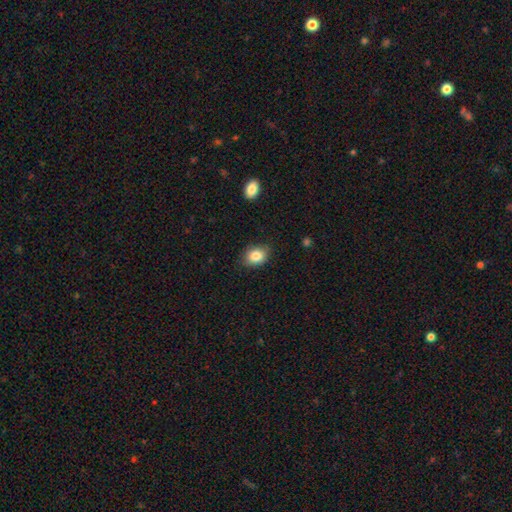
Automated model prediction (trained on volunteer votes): The model was most divided on "how rounded": in between: 63%, round: 36%, cigar-shaped: 1%. More confident: smooth or featured — smooth (84%); merging — none (80%).